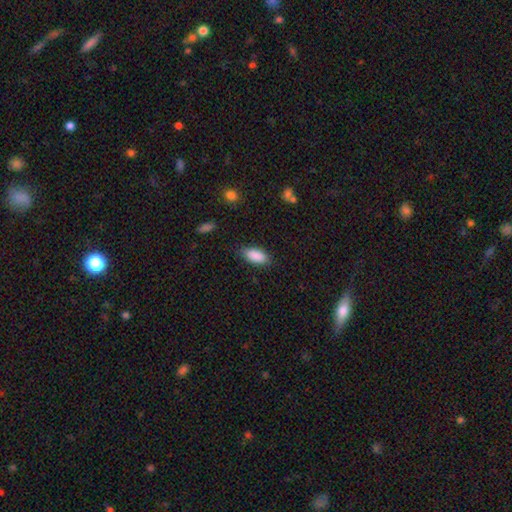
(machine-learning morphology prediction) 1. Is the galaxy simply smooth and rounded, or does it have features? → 89% smooth, 7% star or artifact, 4% featured or disk.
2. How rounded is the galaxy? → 89% in between, 9% cigar-shaped, 2% round.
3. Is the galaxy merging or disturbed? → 81% none, 14% minor disturbance, 3% major disturbance, 1% merger.